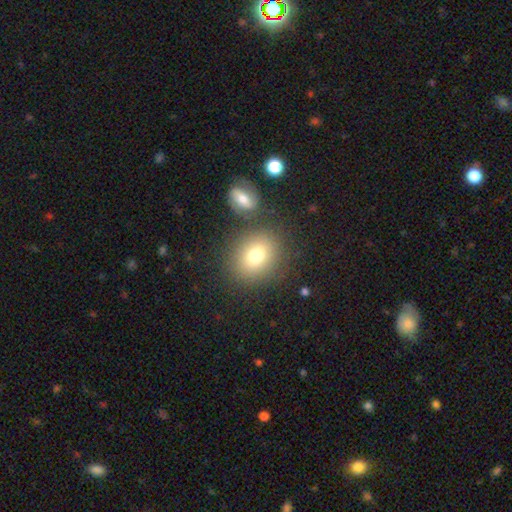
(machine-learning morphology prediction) This is likely a smooth galaxy (78%). How rounded: possibly round (59%). Merging: likely none (77%).